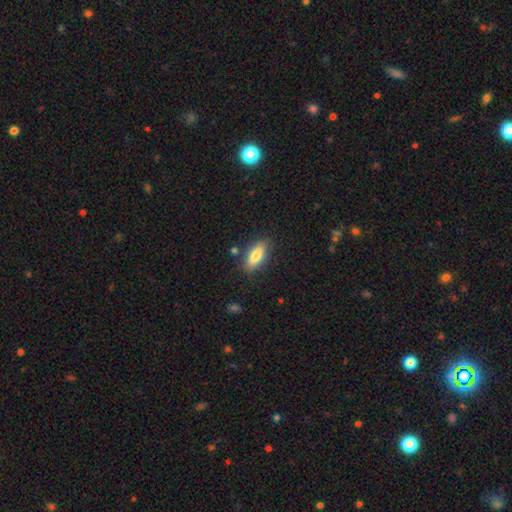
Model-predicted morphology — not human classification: smooth 77%, featured or disk 16%, star or artifact 7%. Down the decision tree: how rounded — in between (75%); merging — none (83%).